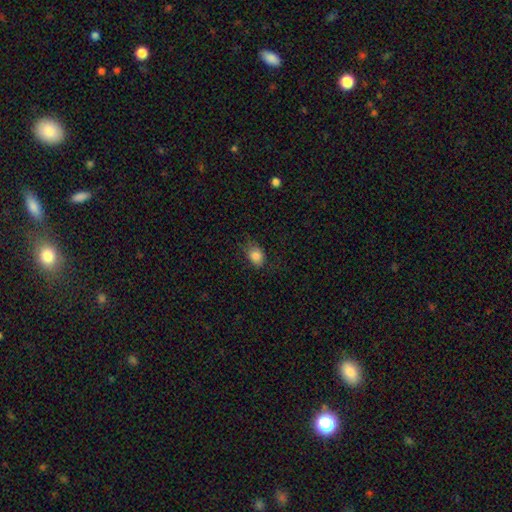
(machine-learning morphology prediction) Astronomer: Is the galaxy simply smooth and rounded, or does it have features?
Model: smooth — 84%.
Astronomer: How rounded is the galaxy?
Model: in between — 65%.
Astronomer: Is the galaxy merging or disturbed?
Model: none — 68%.